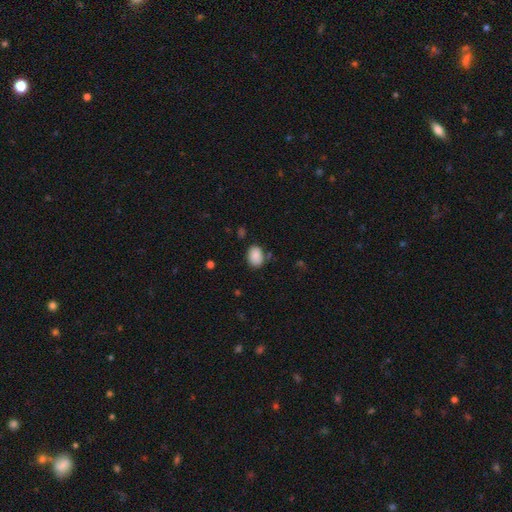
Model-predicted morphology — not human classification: A smooth galaxy with no disk features (88%) that is in between round and cigar-shaped (73%).

Vote fractions:
- Smooth or featured? smooth: 88% / star or artifact: 8% / featured or disk: 4%
- How rounded? in between: 73% / round: 26% / cigar-shaped: 1%
- Merging? none: 75% / minor disturbance: 16% / merger: 5% / major disturbance: 4%